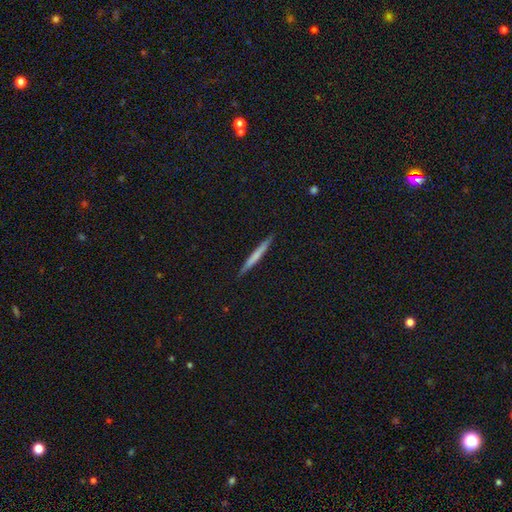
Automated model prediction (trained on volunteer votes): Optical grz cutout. It shows a smooth galaxy with no disk features (59%) that is cigar-shaped (97%). Merging: none (91%).